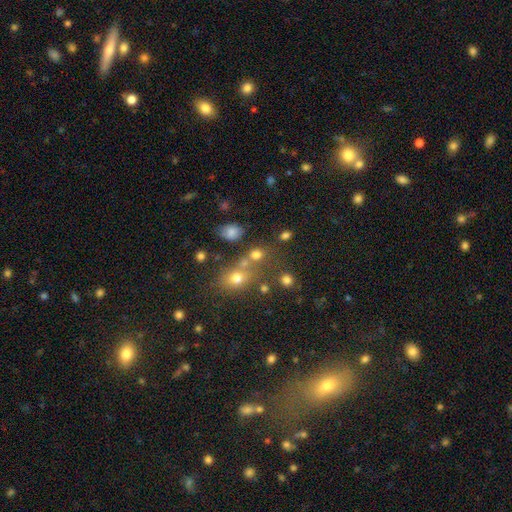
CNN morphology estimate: smooth_or_featured: smooth (p=0.58) [alt: star or artifact p=0.30]
how_rounded: round (p=0.69) [alt: in between p=0.29]
merging: none (p=0.59) [alt: merger p=0.26]